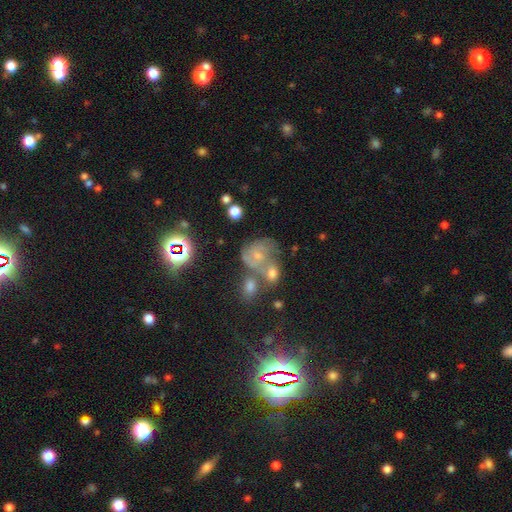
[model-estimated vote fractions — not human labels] featured or disk 48%, smooth 35%, star or artifact 18%. Down the decision tree: merging — merger (41%).